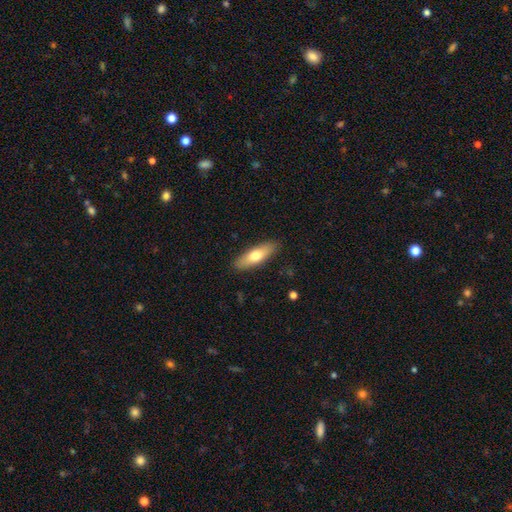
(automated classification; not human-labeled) smooth-or-featured: smooth: 67% | featured or disk: 27% | star or artifact: 6%
  how-rounded: in between: 49% | cigar-shaped: 48% | round: 2%
  merging: none: 89% | minor disturbance: 8% | major disturbance: 2% | merger: 1%